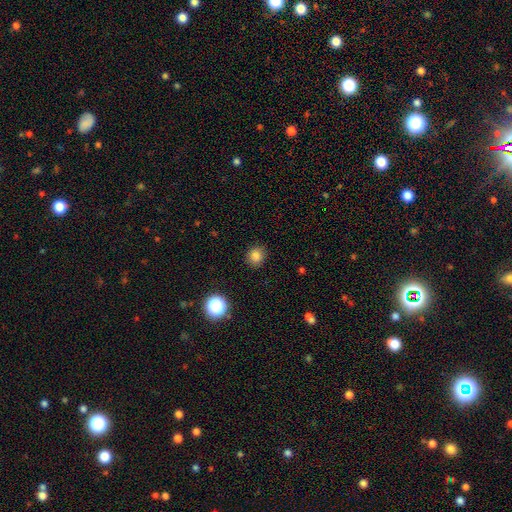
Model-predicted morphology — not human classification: Smooth or featured: smooth — 82% (star or artifact — 14%)
How rounded: round — 81% (in between — 18%)
Merging: none — 89% (minor disturbance — 8%)